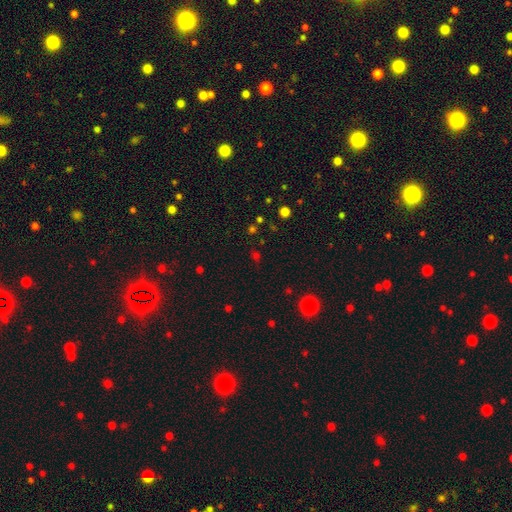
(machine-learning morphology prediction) The model was most divided on "smooth or featured": star or artifact: 51%, smooth: 42%, featured or disk: 7%.